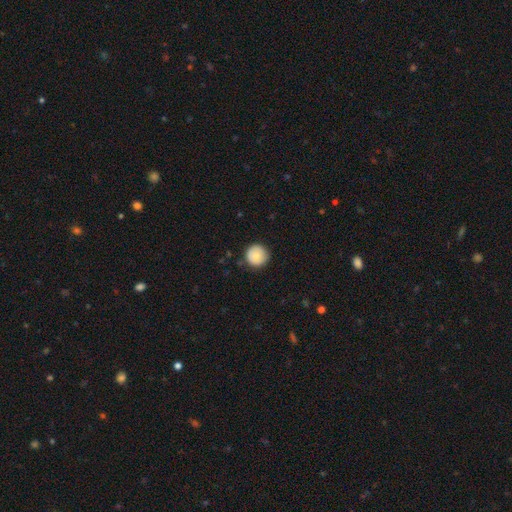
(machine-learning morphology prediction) Smooth or featured? Predicted: smooth (p=0.75). How rounded? Predicted: round (p=0.95). Merging? Predicted: none (p=0.86).